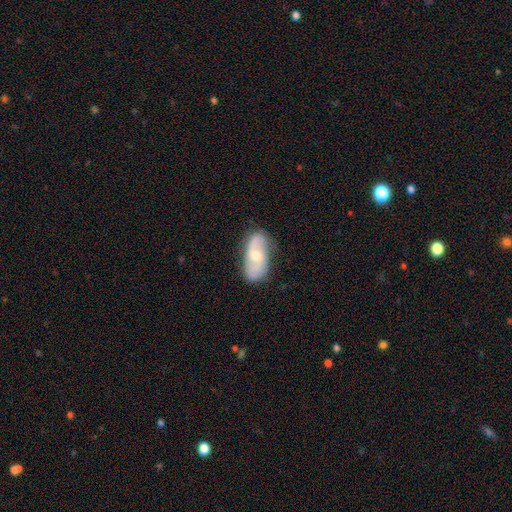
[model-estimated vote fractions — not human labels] Q: Smooth or featured?
A: featured or disk (67%); runner-up: smooth (27%)
Q: Edge-on disk?
A: no (94%); runner-up: yes (6%)
Q: Bar?
A: no (54%); runner-up: weak (39%)
Q: Spiral arms?
A: yes (89%); runner-up: no (11%)
Q: Spiral winding?
A: loose (47%); runner-up: medium (37%)
Q: Spiral arm count?
A: 2 (85%); runner-up: can't tell (9%)
Q: Bulge size?
A: moderate (55%); runner-up: small (38%)
Q: Merging?
A: none (74%); runner-up: minor disturbance (19%)